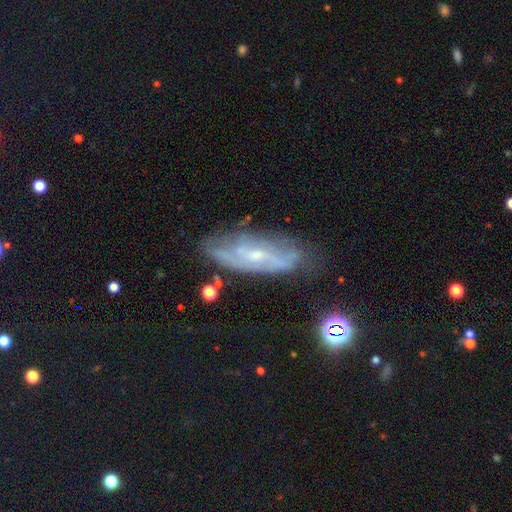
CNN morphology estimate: smooth-or-featured: featured or disk: 73% | smooth: 18% | star or artifact: 9%
  disk-edge-on: no: 81% | yes: 19%
    bar: no: 49% | weak: 40% | strong: 12%
    has-spiral-arms: yes: 79% | no: 21%
    bulge-size: small: 69% | moderate: 25% | none: 4% | large: 1% | dominant: 1%
  merging: none: 67% | minor disturbance: 22% | major disturbance: 8% | merger: 3%